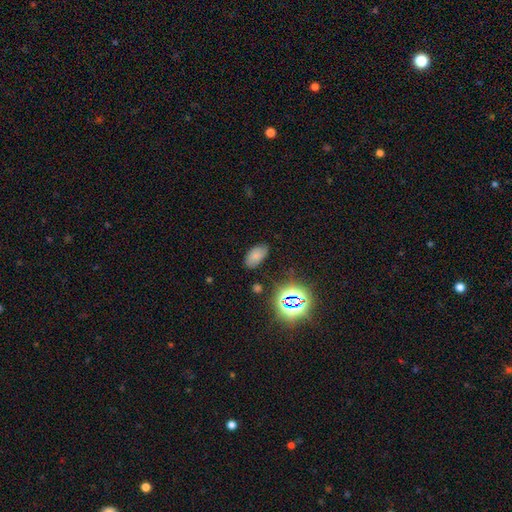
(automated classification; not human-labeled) This appears to be a smooth galaxy with no disk features (70%) that is in between round and cigar-shaped (94%). Merging: none (79%).